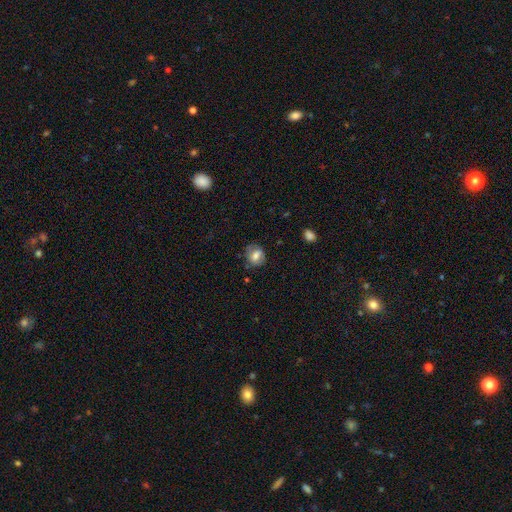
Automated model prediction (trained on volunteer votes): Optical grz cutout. It shows a smooth galaxy with no disk features (64%) that is round (55%). Merging: none (71%).